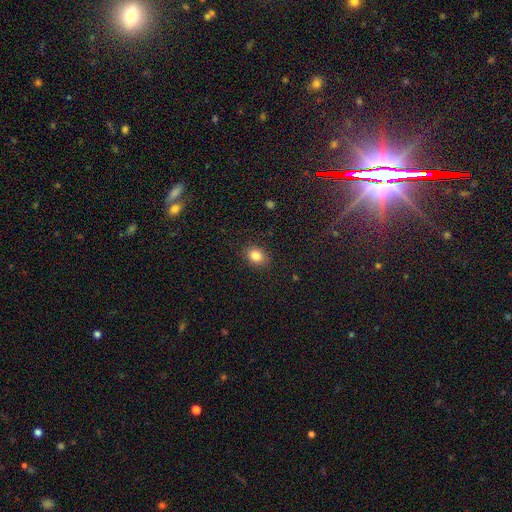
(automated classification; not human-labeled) A smooth galaxy with no disk features (85%) that is in between round and cigar-shaped (59%).

Vote fractions:
- Smooth or featured? smooth: 85% / star or artifact: 10% / featured or disk: 5%
- How rounded? in between: 59% / round: 40% / cigar-shaped: 1%
- Merging? none: 87% / minor disturbance: 9% / major disturbance: 3% / merger: 1%